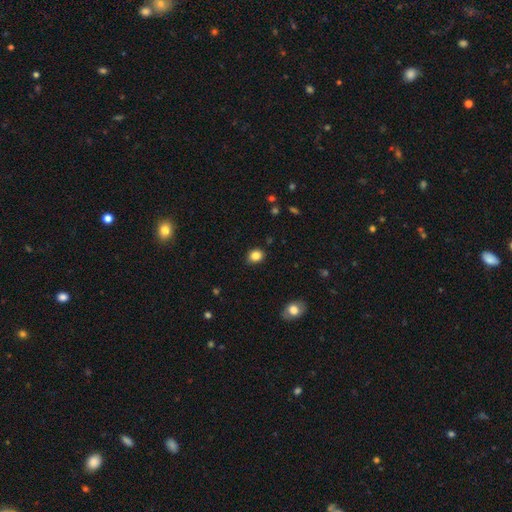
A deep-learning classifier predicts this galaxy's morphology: Smooth or featured? Predicted: smooth (p=0.85). How rounded? Predicted: round (p=0.64). Merging? Predicted: none (p=0.84).